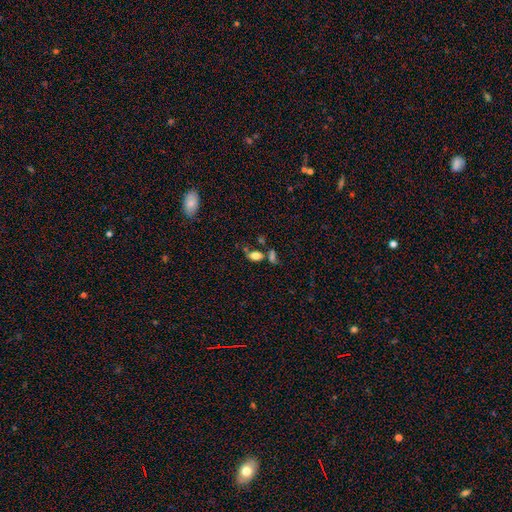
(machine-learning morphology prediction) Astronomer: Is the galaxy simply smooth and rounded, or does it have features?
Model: smooth — 74%.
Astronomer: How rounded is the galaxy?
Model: in between — 86%.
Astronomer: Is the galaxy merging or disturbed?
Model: none — 48% (runner-up: merger, 27%).